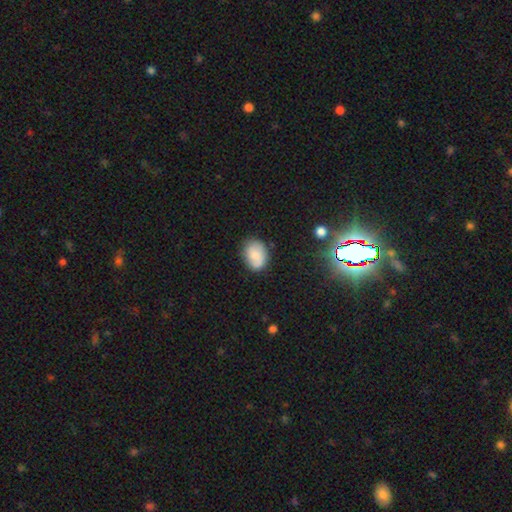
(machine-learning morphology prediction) A smooth galaxy with no disk features (70%) that is in between round and cigar-shaped (67%).

Vote fractions:
- Smooth or featured? smooth: 70% / featured or disk: 22% / star or artifact: 9%
- How rounded? in between: 67% / round: 32% / cigar-shaped: 1%
- Merging? none: 71% / minor disturbance: 21% / major disturbance: 5% / merger: 3%